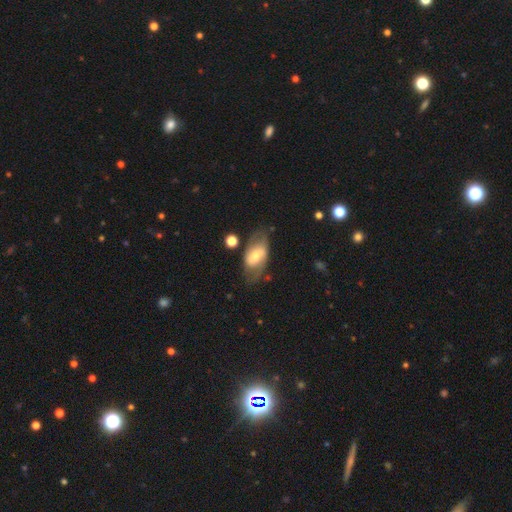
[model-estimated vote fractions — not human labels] Smooth or featured? featured or disk (51%)
Edge-on disk? no (90%)
Merging? none (63%)